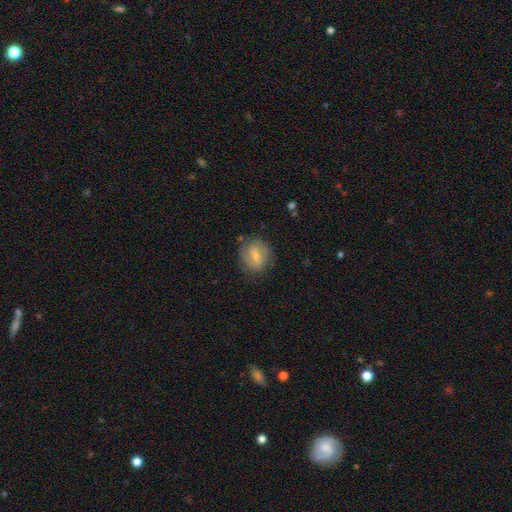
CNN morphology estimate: type=smooth (60%); roundness=round (74%); merging=none (75%).